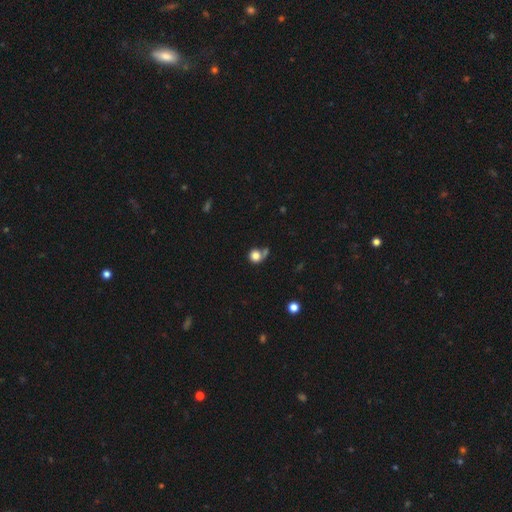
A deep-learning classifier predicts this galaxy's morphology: A smooth galaxy with no disk features (80%) that is round (87%). Merging: none (50%).